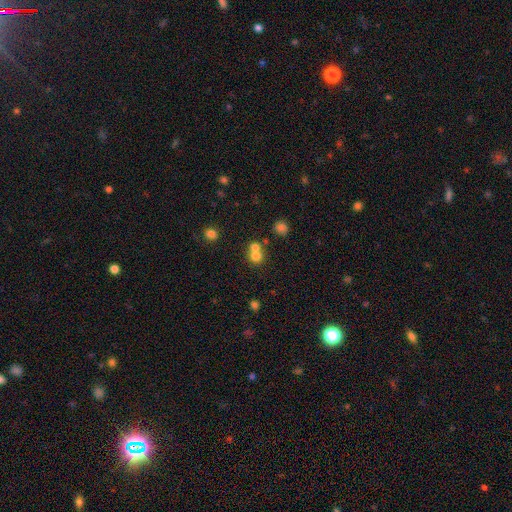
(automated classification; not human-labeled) A smooth galaxy with no disk features (73%) that is round (84%). Merging: merger (54%).